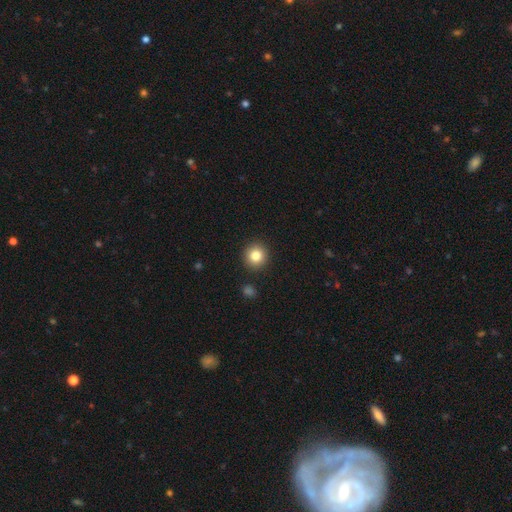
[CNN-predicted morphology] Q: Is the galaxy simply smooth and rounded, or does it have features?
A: smooth — 82%.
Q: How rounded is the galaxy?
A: round — 92%.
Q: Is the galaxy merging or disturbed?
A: none — 90%.